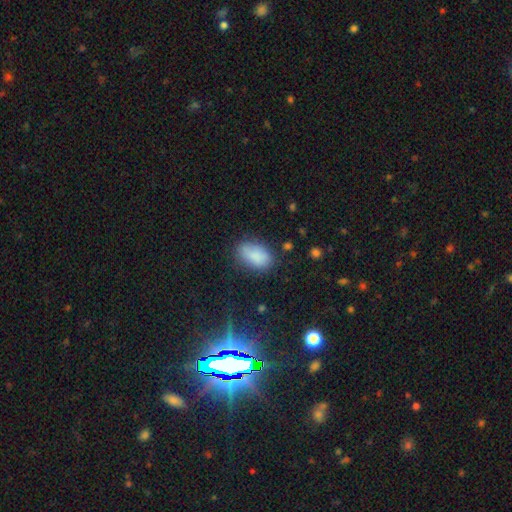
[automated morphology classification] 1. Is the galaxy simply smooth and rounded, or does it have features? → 85% smooth, 8% star or artifact, 7% featured or disk.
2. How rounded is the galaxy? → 91% in between, 7% round, 2% cigar-shaped.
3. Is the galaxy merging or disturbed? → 74% none, 18% minor disturbance, 6% major disturbance, 2% merger.